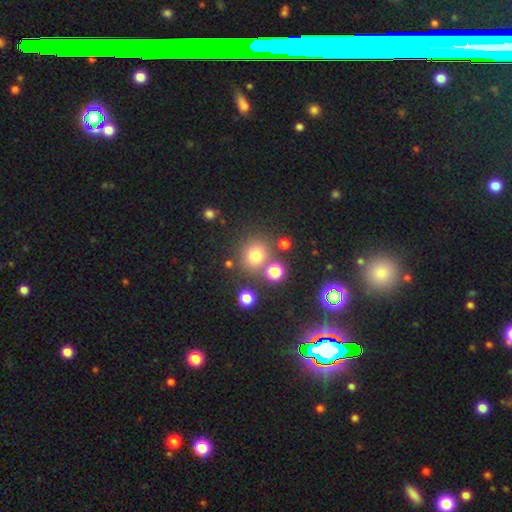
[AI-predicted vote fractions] A smooth galaxy with no disk features (71%) that is round (87%).

Vote fractions:
- Smooth or featured? smooth: 71% / star or artifact: 20% / featured or disk: 8%
- How rounded? round: 87% / in between: 12% / cigar-shaped: 1%
- Merging? none: 74% / merger: 13% / minor disturbance: 9% / major disturbance: 4%